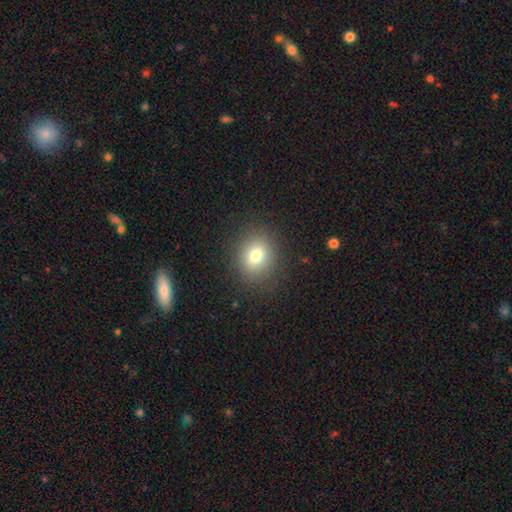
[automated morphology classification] This is likely a smooth galaxy (77%). How rounded: likely round (64%). Merging: clearly none (87%).